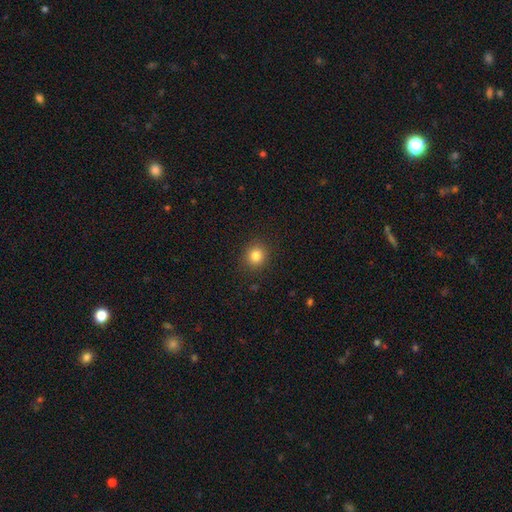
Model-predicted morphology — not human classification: Smooth or featured? Predicted: smooth (p=0.83). How rounded? Predicted: round (p=0.85). Merging? Predicted: none (p=0.90).